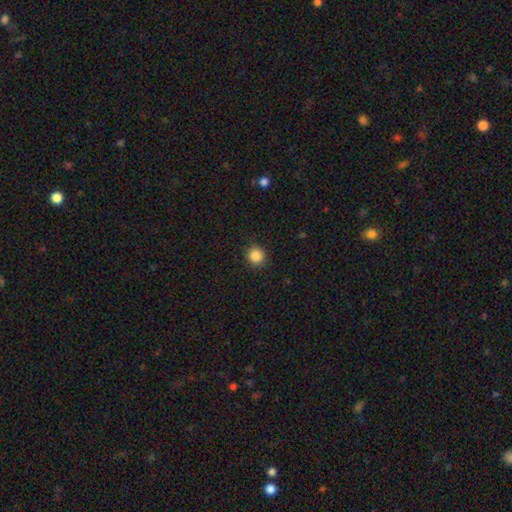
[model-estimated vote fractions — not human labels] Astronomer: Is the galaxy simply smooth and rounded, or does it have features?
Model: smooth — 86%.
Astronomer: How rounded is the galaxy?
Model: round — 91%.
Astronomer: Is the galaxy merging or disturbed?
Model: none — 91%.